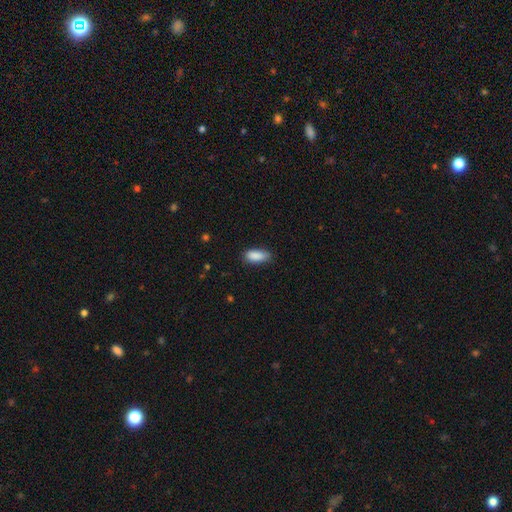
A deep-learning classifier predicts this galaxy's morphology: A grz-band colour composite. It shows a smooth galaxy with no disk features (89%) that is in between round and cigar-shaped (84%). Merging: none (78%).